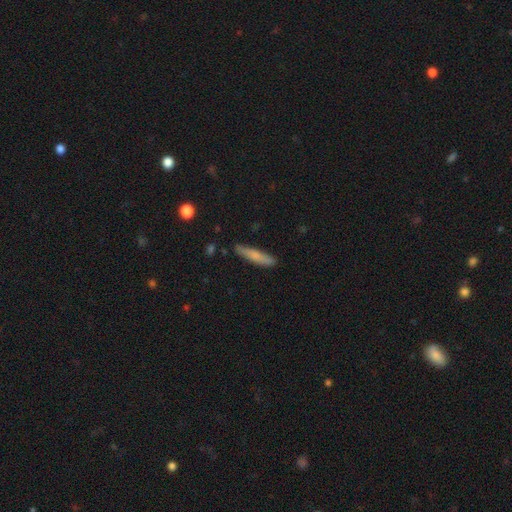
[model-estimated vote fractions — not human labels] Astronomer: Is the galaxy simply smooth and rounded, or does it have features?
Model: smooth — 72%.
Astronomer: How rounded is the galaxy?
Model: cigar-shaped — 88%.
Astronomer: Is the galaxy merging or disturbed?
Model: none — 82%.